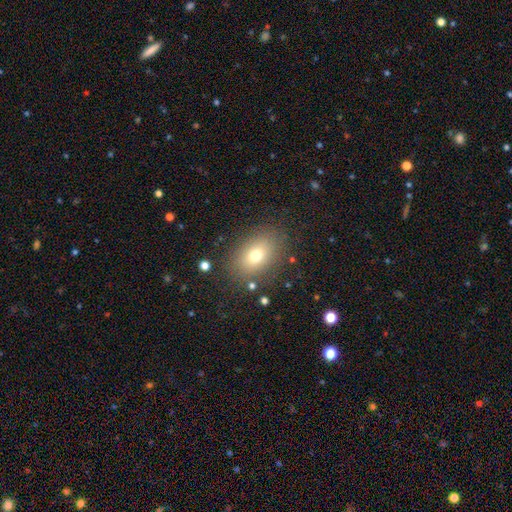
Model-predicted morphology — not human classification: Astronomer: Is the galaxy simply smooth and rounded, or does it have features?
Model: smooth — 73%.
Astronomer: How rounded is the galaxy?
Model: in between — 77%.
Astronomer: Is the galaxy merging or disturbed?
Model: none — 83%.